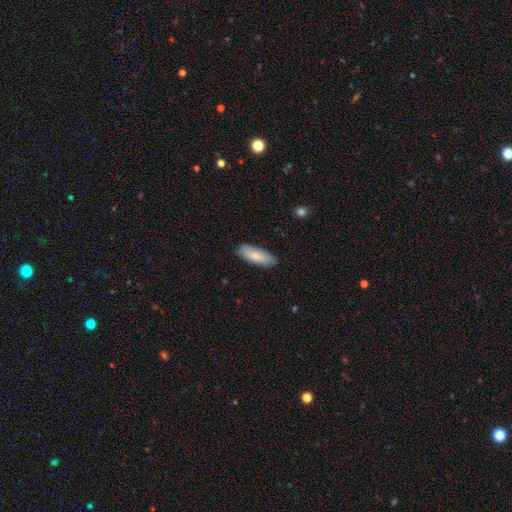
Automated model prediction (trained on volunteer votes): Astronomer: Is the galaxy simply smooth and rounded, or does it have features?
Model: smooth — 81%.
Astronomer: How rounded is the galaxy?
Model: in between — 68%.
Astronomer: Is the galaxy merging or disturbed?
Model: none — 85%.